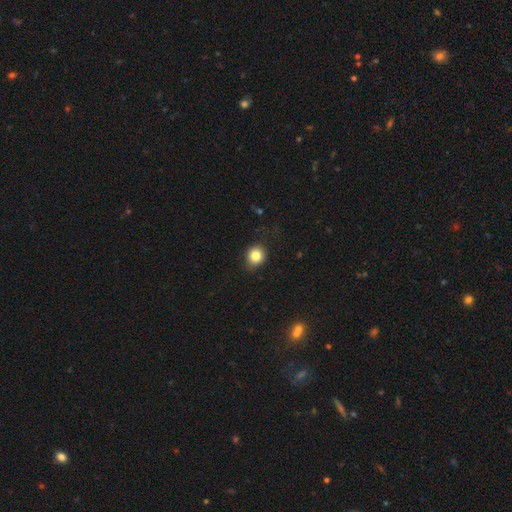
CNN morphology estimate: Smooth or featured? smooth (83%)
How rounded? round (78%)
Merging? none (83%)